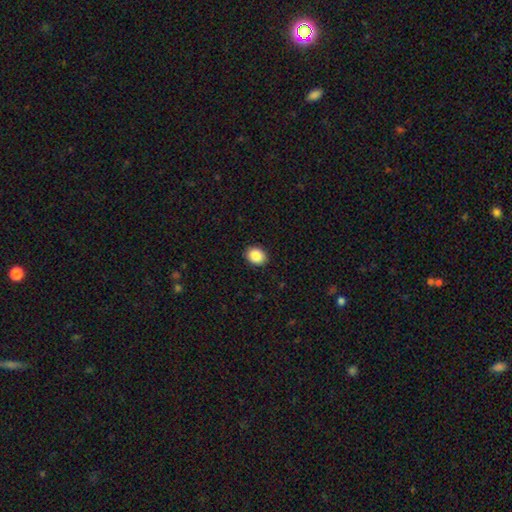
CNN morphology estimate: This appears to be a smooth galaxy with no disk features (89%) that is in between round and cigar-shaped (53%). Merging: none (91%).